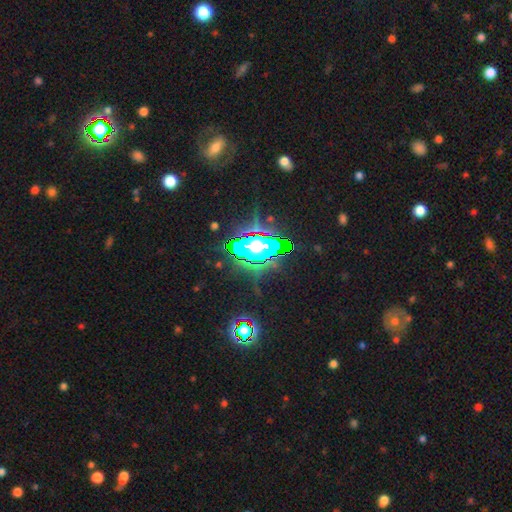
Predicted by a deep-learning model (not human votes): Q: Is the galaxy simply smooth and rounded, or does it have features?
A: star or artifact — 82%.